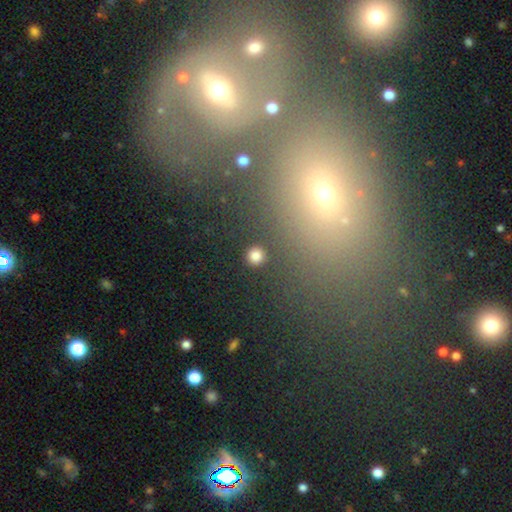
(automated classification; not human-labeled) This is clearly a smooth galaxy (82%). How rounded: clearly round (95%). Merging: clearly none (92%).